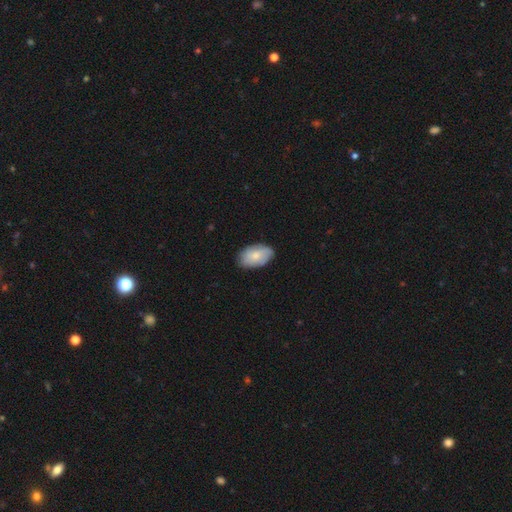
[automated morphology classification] Smooth or featured?
  - smooth: 71% *
  - featured or disk: 23%
  - star or artifact: 6%
How rounded?
  - in between: 92% *
  - round: 6%
  - cigar-shaped: 1%
Merging?
  - none: 80% *
  - minor disturbance: 16%
  - major disturbance: 3%
  - merger: 1%